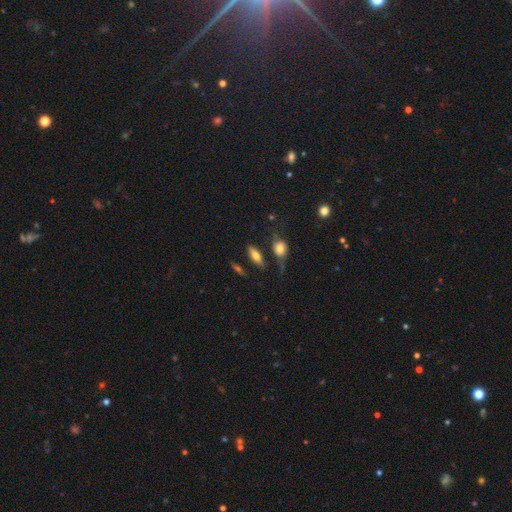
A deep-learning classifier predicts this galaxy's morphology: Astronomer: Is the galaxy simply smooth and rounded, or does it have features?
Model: smooth — 66%.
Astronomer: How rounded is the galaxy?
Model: in between — 67%.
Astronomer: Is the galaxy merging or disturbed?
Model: none — 70%.